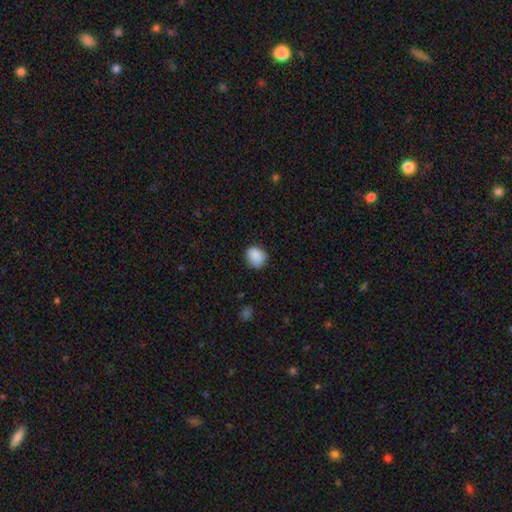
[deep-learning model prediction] Smooth or featured? smooth (89%)
How rounded? round (59%)
Merging? none (78%)